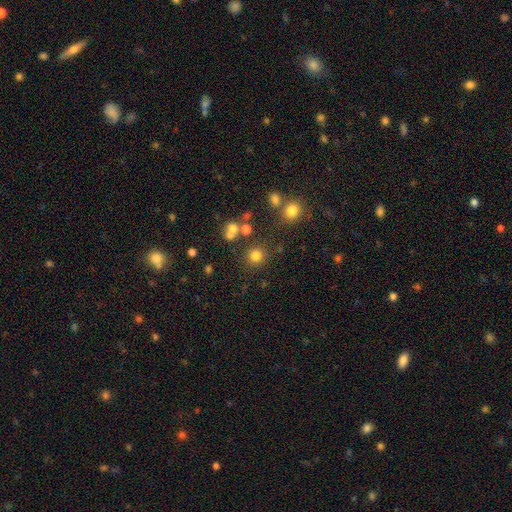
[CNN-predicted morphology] This appears to be a smooth galaxy with no disk features (77%) that is round (91%). Merging: none (80%).